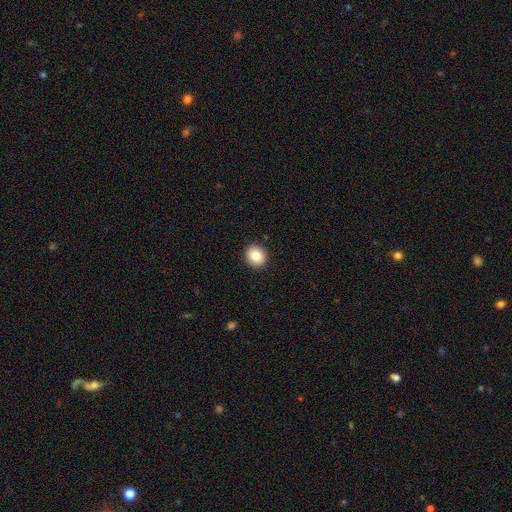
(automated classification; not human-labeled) A smooth galaxy with no disk features (84%) that is round (75%).

Vote fractions:
- Smooth or featured? smooth: 84% / star or artifact: 9% / featured or disk: 7%
- How rounded? round: 75% / in between: 24% / cigar-shaped: 1%
- Merging? none: 92% / minor disturbance: 6% / major disturbance: 2% / merger: 1%